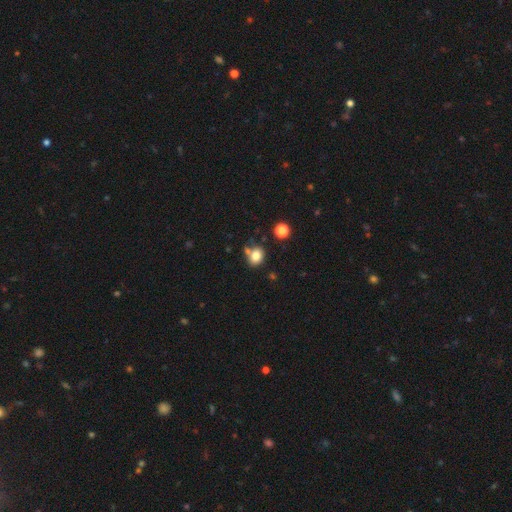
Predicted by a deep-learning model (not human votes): Smooth or featured? Predicted: smooth (p=0.80). How rounded? Predicted: round (p=0.58). Merging? Predicted: none (p=0.63).